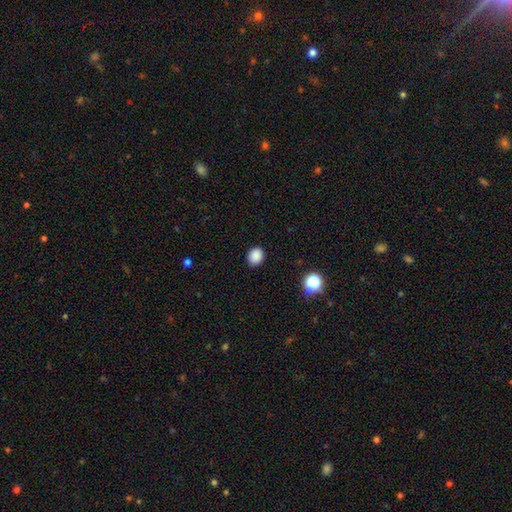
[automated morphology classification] This is clearly a smooth galaxy (87%). How rounded: likely round (61%). Merging: clearly none (89%).